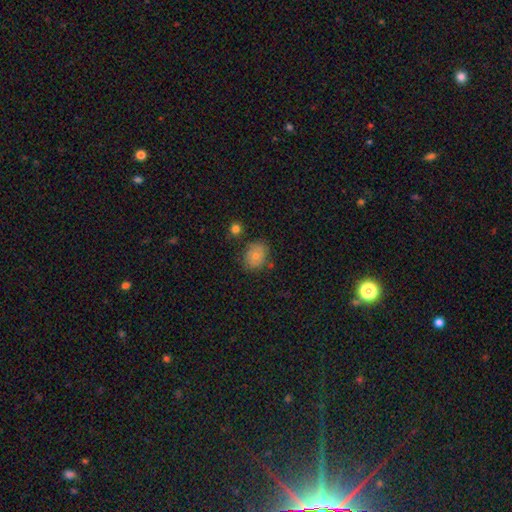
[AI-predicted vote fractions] This appears to be a smooth galaxy with no disk features (73%) that is round (55%). Merging: none (75%).